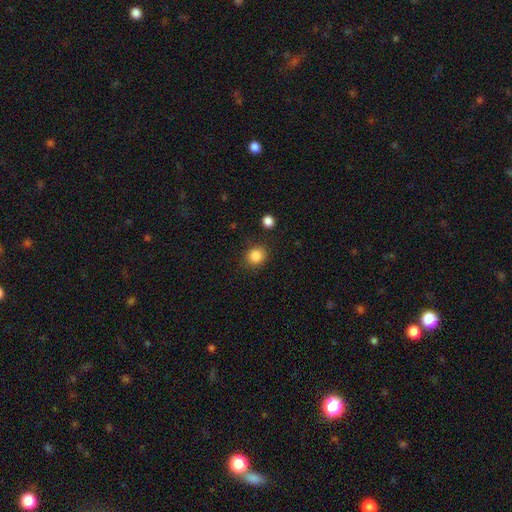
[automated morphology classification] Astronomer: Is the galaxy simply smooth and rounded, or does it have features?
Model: smooth — 86%.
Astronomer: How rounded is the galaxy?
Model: round — 81%.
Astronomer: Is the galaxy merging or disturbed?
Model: none — 86%.